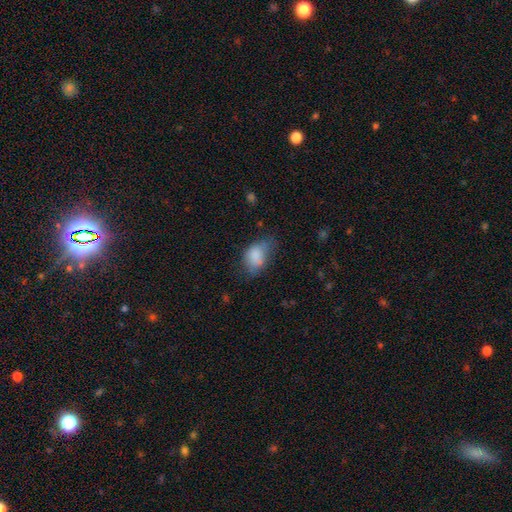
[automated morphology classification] A smooth galaxy with no disk features (79%) that is in between round and cigar-shaped (84%). Merging: none (38%, tied with minor disturbance).